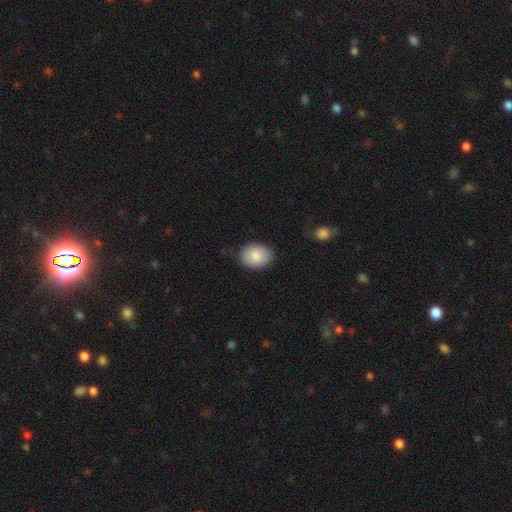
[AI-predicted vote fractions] Morphology: type=smooth (86%); roundness=in between (68%); merging=none (84%).